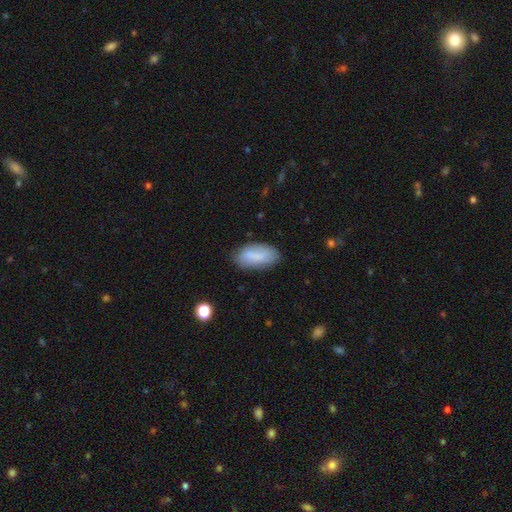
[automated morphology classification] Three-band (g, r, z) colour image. It shows a smooth galaxy with no disk features (79%) that is in between round and cigar-shaped (90%). Merging: none (79%).